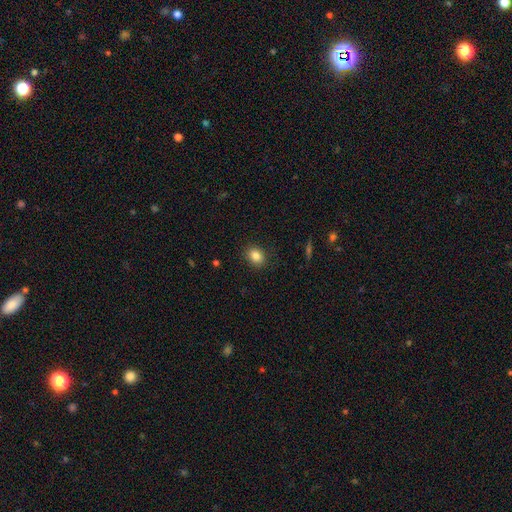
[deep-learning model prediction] Overall: smooth (85%). How rounded: in between (52%; round 47%). Merging: none (88%).